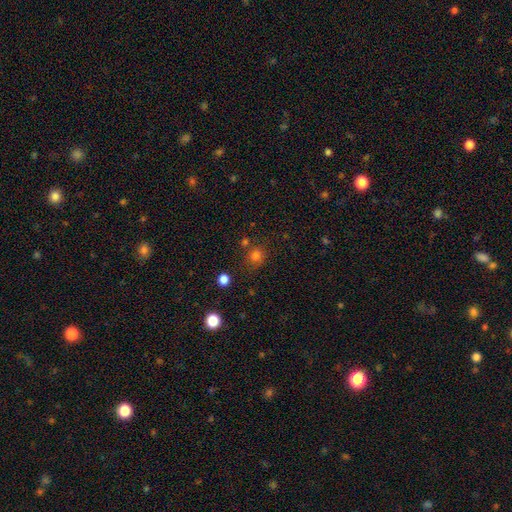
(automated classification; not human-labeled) The model was most divided on "merging": none: 68%, minor disturbance: 15%, merger: 11%, major disturbance: 6%. More confident: how rounded — round (78%); smooth or featured — smooth (76%).